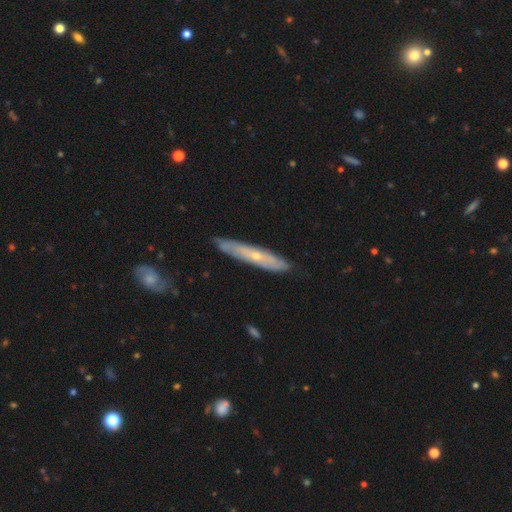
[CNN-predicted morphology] Overall: featured or disk (60%; smooth 34%). Edge-on disk: yes (63%; no 37%). Merging: none (81%).